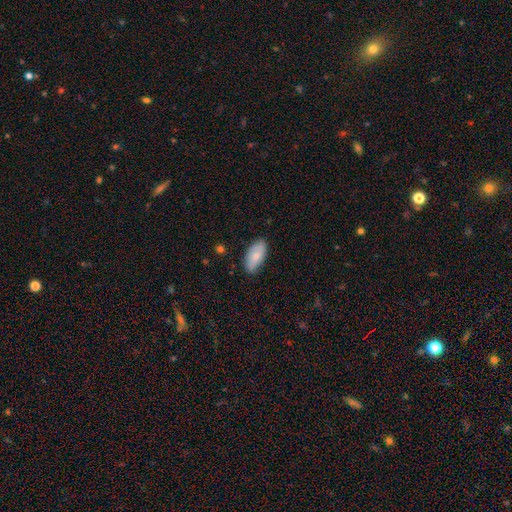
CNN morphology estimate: Smooth or featured?
  - smooth: 74% *
  - featured or disk: 20%
  - star or artifact: 6%
How rounded?
  - in between: 93% *
  - cigar-shaped: 4%
  - round: 3%
Merging?
  - none: 78% *
  - minor disturbance: 18%
  - major disturbance: 3%
  - merger: 1%